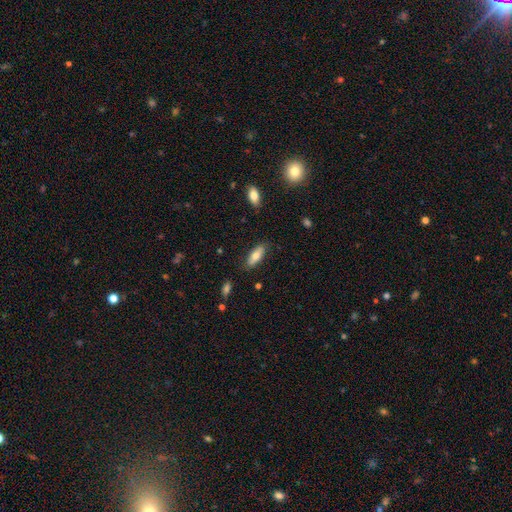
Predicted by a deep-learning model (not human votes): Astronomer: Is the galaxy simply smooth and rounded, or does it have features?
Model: smooth — 72%.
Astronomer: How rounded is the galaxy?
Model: in between — 66%.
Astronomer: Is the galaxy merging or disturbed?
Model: none — 82%.